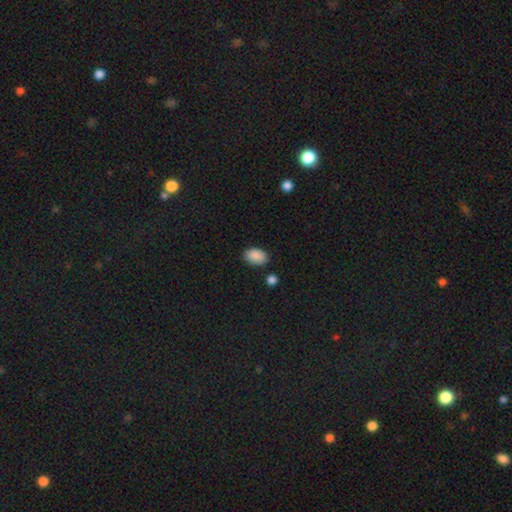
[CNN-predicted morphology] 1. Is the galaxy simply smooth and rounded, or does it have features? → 89% smooth, 7% star or artifact, 3% featured or disk.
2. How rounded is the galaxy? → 90% in between, 9% round, 1% cigar-shaped.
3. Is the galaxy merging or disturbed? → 83% none, 11% minor disturbance, 3% merger, 3% major disturbance.